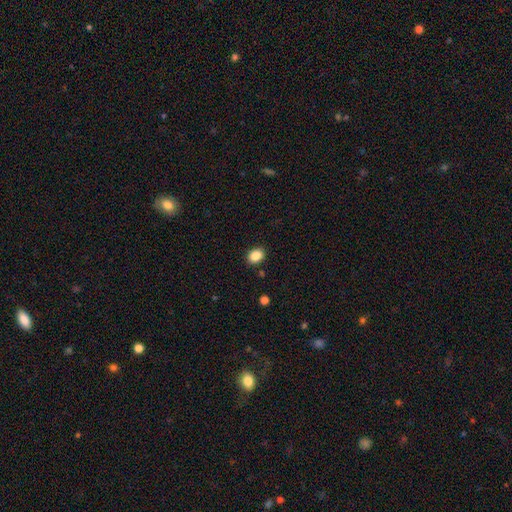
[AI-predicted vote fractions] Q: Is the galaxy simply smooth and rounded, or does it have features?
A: smooth — 88%.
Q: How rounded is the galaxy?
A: in between — 62%.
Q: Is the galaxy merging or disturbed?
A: none — 88%.